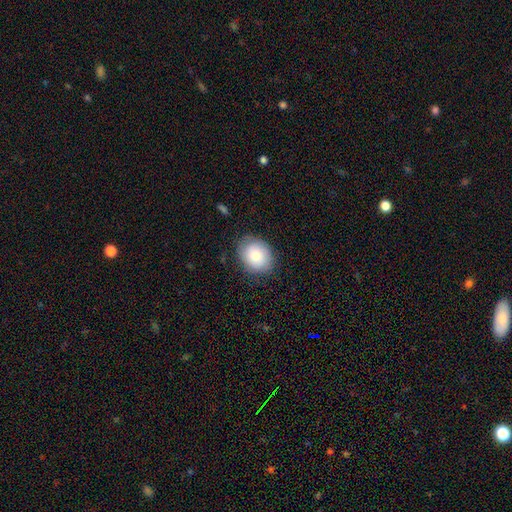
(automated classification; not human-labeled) Overall: smooth (81%). How rounded: round (50%; in between 49%). Merging: none (80%).